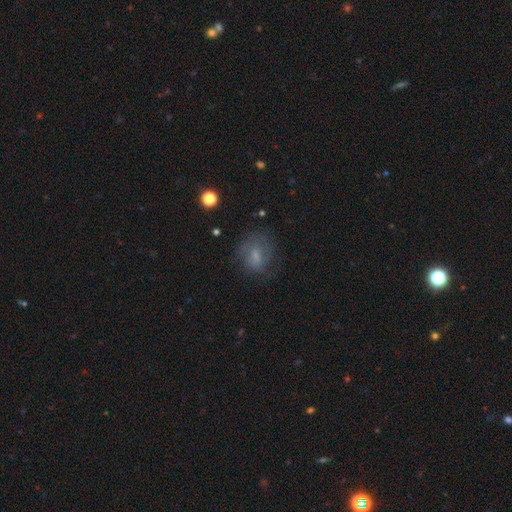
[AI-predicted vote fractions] smooth 57%, featured or disk 29%, star or artifact 14%. Down the decision tree: how rounded — round (51%); merging — none (61%).